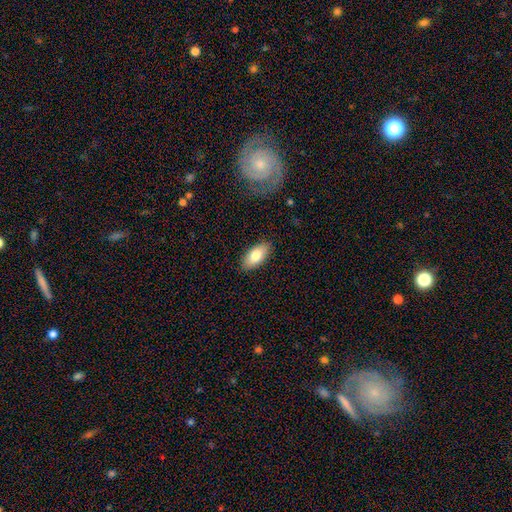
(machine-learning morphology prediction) Smooth or featured?
  - smooth: 80% *
  - featured or disk: 14%
  - star or artifact: 6%
How rounded?
  - in between: 92% *
  - cigar-shaped: 6%
  - round: 2%
Merging?
  - none: 88% *
  - minor disturbance: 9%
  - major disturbance: 2%
  - merger: 1%